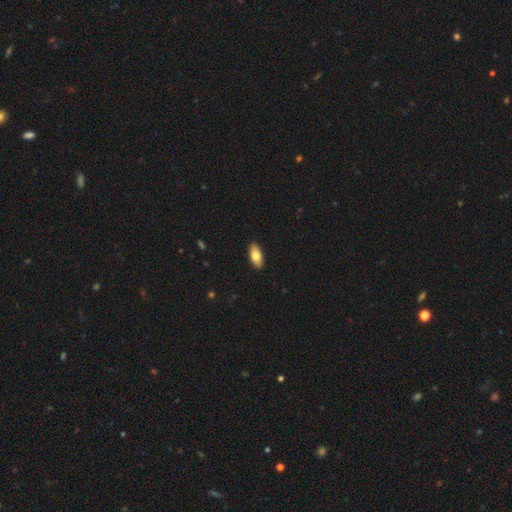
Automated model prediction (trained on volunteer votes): Q: Smooth or featured?
A: smooth (78%); runner-up: featured or disk (16%)
Q: How rounded?
A: in between (88%); runner-up: cigar-shaped (10%)
Q: Merging?
A: none (91%); runner-up: minor disturbance (7%)